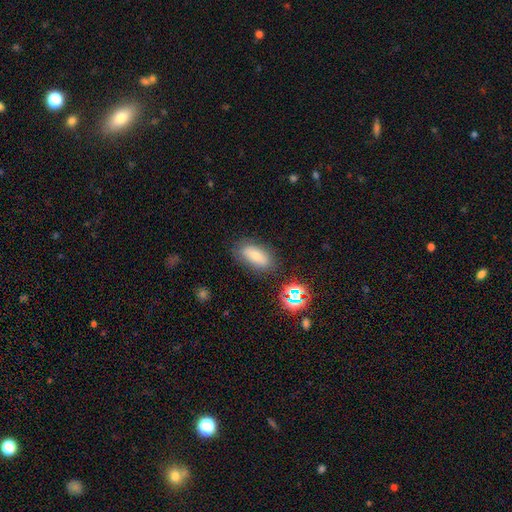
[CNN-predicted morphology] A smooth galaxy with no disk features (71%) that is in between round and cigar-shaped (86%).

Vote fractions:
- Smooth or featured? smooth: 71% / featured or disk: 17% / star or artifact: 12%
- How rounded? in between: 86% / cigar-shaped: 9% / round: 5%
- Merging? none: 79% / minor disturbance: 14% / major disturbance: 4% / merger: 3%